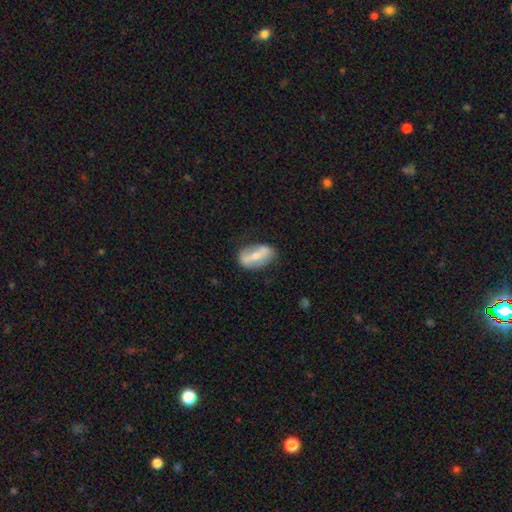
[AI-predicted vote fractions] A featured or disk galaxy (48%). Merging: none (75%).